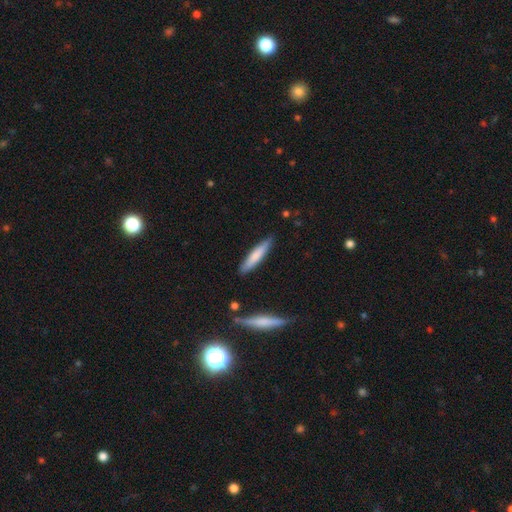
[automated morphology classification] Q: Smooth or featured?
A: smooth (73%); runner-up: featured or disk (21%)
Q: How rounded?
A: cigar-shaped (86%); runner-up: in between (13%)
Q: Merging?
A: none (85%); runner-up: minor disturbance (11%)